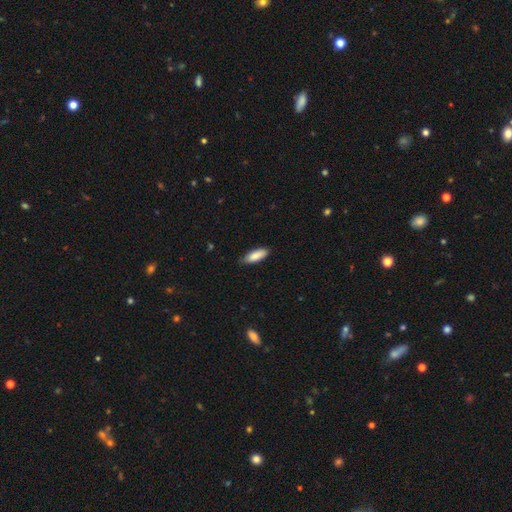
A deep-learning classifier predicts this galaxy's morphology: Smooth or featured: smooth — 86% (featured or disk — 8%)
How rounded: in between — 69% (cigar-shaped — 30%)
Merging: none — 81% (minor disturbance — 16%)